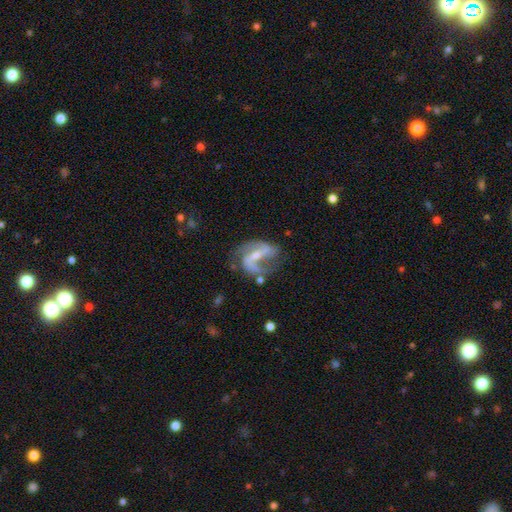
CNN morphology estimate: Smooth or featured? Predicted: featured or disk (p=0.88). Edge-on disk? Predicted: no (p=0.97). Bar? Predicted: strong (p=0.47). Spiral arms? Predicted: yes (p=0.96). Spiral winding? Predicted: loose (p=0.47). Spiral arm count? Predicted: 2 (p=0.87). Bulge size? Predicted: small (p=0.60). Merging? Predicted: none (p=0.59).